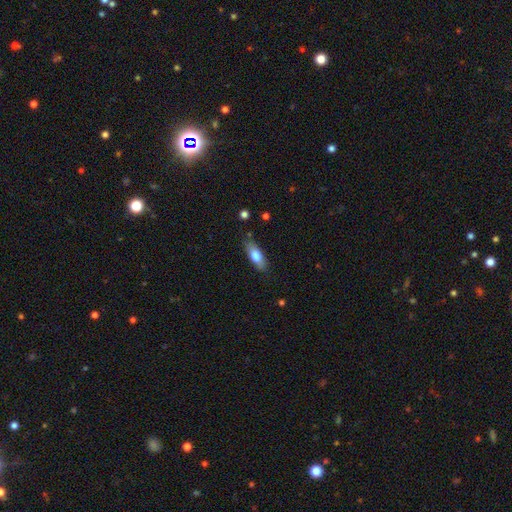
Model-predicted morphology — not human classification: A smooth galaxy with no disk features (75%) that is in between round and cigar-shaped (68%). Merging: none (81%).